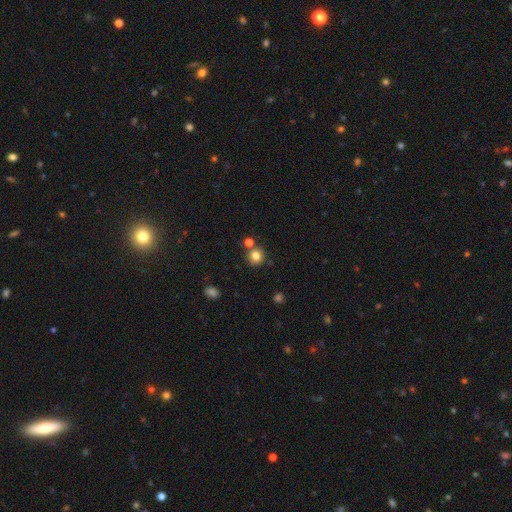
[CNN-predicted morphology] The model was most divided on "merging": none: 76%, merger: 12%, minor disturbance: 9%, major disturbance: 3%. More confident: how rounded — round (89%); smooth or featured — smooth (80%).